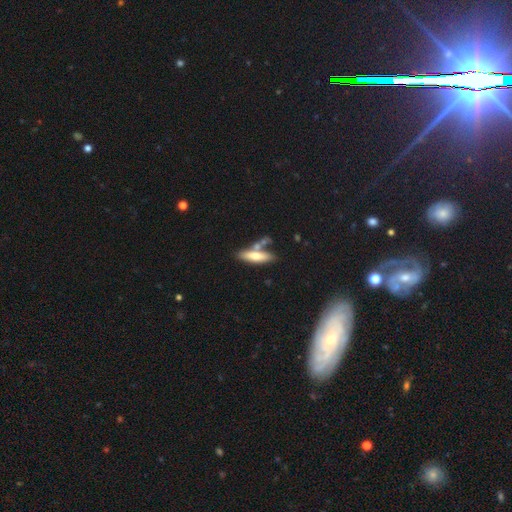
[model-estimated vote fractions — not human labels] smooth_or_featured: smooth (p=0.63) [alt: featured or disk p=0.31]
how_rounded: cigar-shaped (p=0.62) [alt: in between p=0.35]
merging: none (p=0.56) [alt: merger p=0.25]